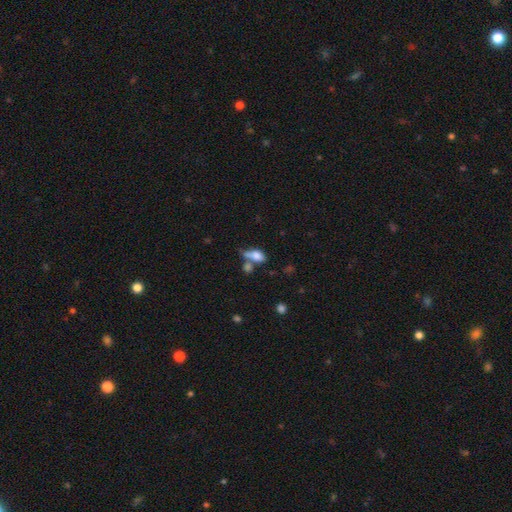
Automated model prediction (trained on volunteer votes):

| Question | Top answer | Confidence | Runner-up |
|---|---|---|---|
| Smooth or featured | smooth | 75% | featured or disk (15%) |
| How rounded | in between | 83% | round (9%) |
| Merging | merger | 41% | none (31%) |